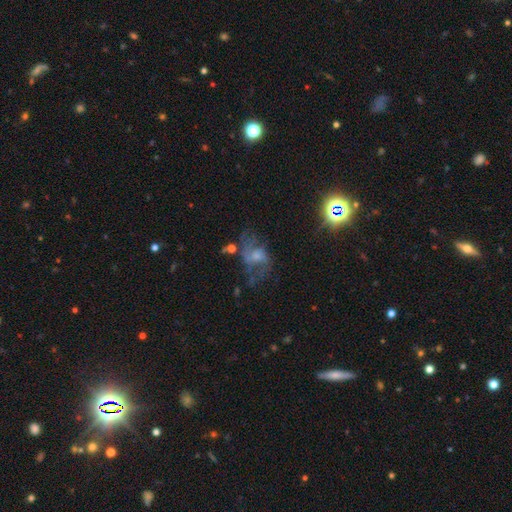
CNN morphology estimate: This is possibly a featured or disk galaxy (56%). It is clearly not viewed edge-on (96%). Bar: likely no (66%). Spiral arm pattern: likely yes (63%). Central bulge: marginally moderate (39%). Merging: marginally none (42%).